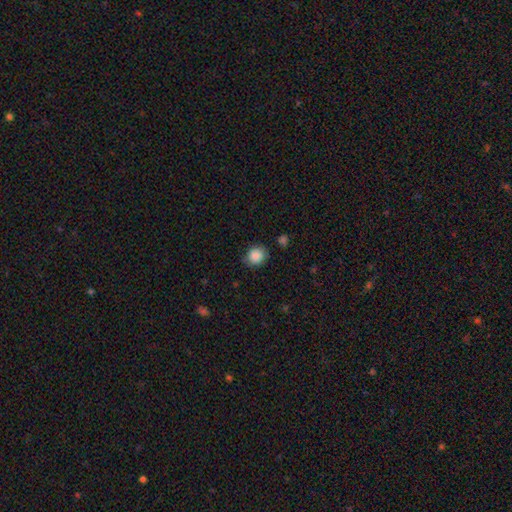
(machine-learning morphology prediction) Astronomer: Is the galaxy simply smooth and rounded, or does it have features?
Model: smooth — 87%.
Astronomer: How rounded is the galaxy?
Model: round — 78%.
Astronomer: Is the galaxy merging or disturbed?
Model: none — 80%.